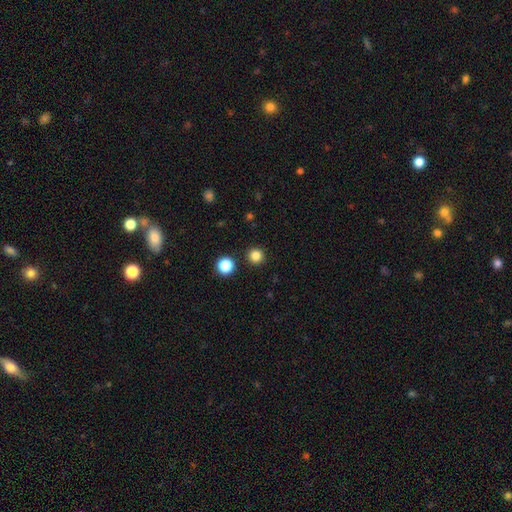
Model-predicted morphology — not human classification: Smooth or featured? smooth (83%)
How rounded? round (96%)
Merging? none (92%)